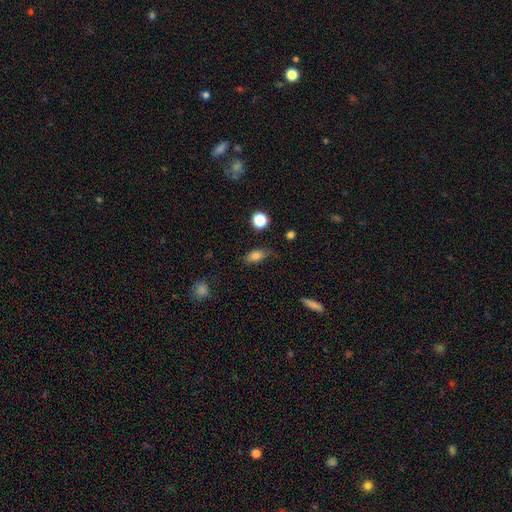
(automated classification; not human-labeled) A smooth galaxy with no disk features (81%) that is in between round and cigar-shaped (80%). Merging: none (70%).